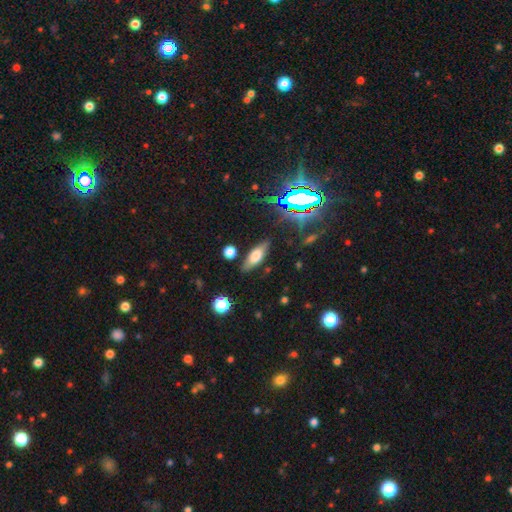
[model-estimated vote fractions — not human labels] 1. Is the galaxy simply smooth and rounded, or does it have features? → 62% smooth, 26% featured or disk, 12% star or artifact.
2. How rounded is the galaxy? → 62% in between, 34% cigar-shaped, 4% round.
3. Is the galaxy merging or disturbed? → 82% none, 12% minor disturbance, 3% merger, 3% major disturbance.